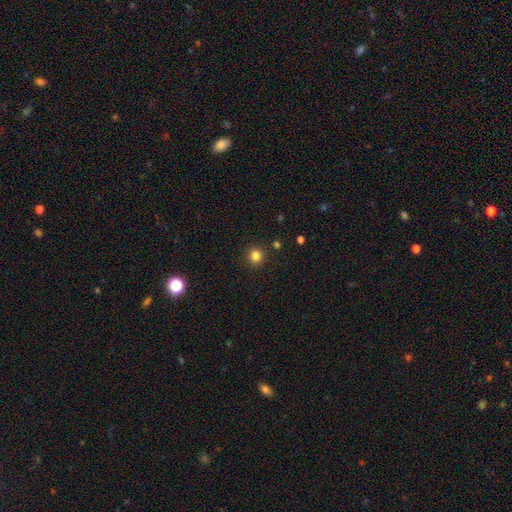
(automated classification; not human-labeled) smooth 82%, star or artifact 14%, featured or disk 4%. Down the decision tree: how rounded — round (91%); merging — none (90%).